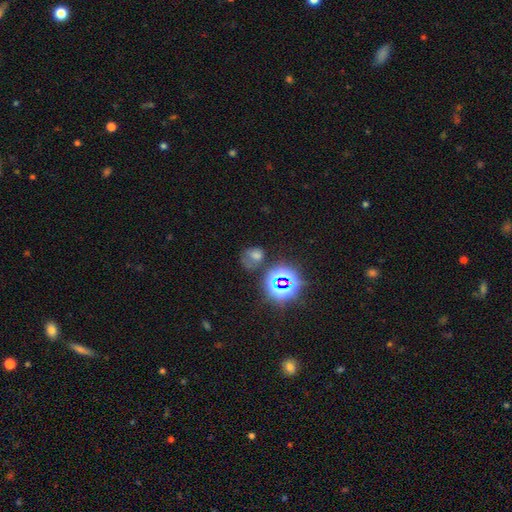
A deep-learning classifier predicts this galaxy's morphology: A star or artifact, not a galaxy (43%, tied with smooth).